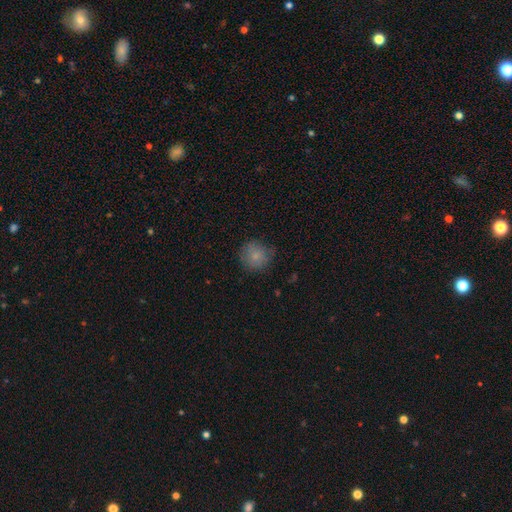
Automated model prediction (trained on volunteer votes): Smooth or featured? Predicted: smooth (p=0.83). How rounded? Predicted: round (p=0.92). Merging? Predicted: none (p=0.78).